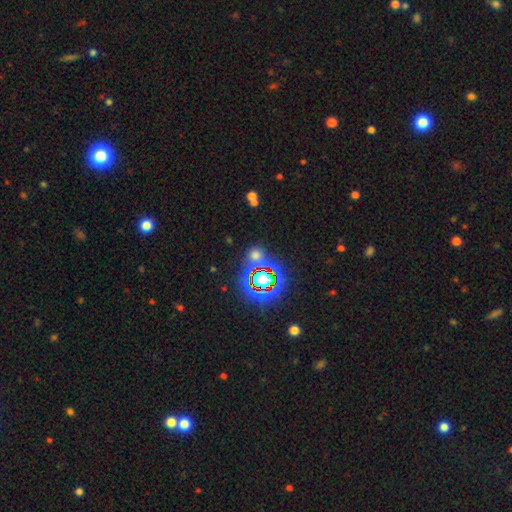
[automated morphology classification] Smooth or featured? star or artifact (48%)